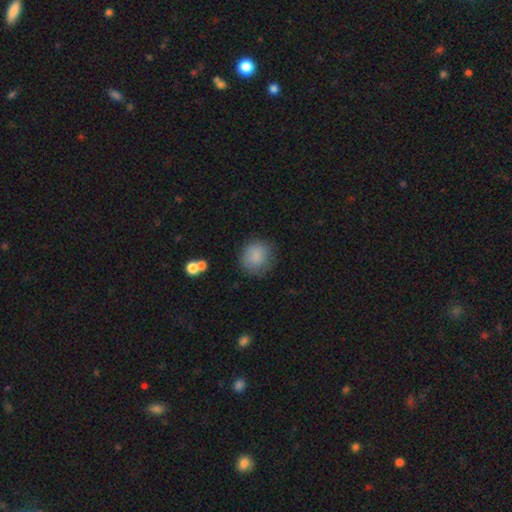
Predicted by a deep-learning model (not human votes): The model was most divided on "merging": none: 78%, minor disturbance: 14%, major disturbance: 5%, merger: 2%. More confident: how rounded — round (87%); smooth or featured — smooth (85%).